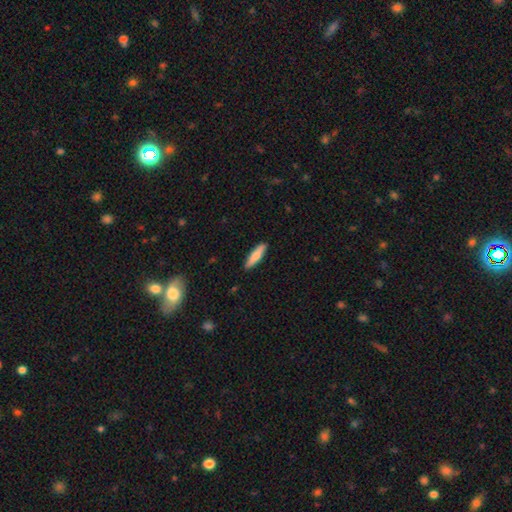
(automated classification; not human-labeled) This appears to be a smooth galaxy with no disk features (74%) that is cigar-shaped (75%). Merging: none (90%).